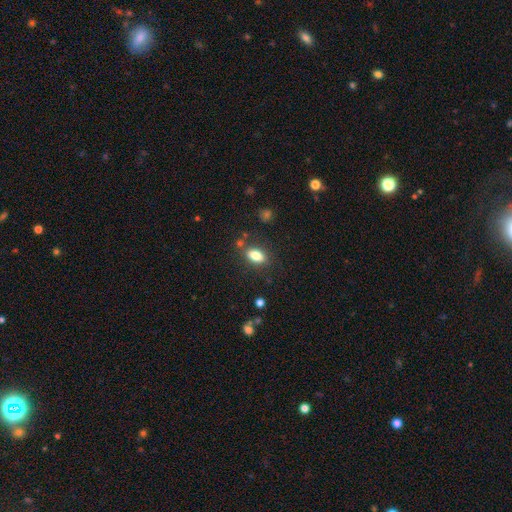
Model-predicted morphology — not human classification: This appears to be a smooth galaxy with no disk features (82%) that is in between round and cigar-shaped (87%). Merging: none (80%).